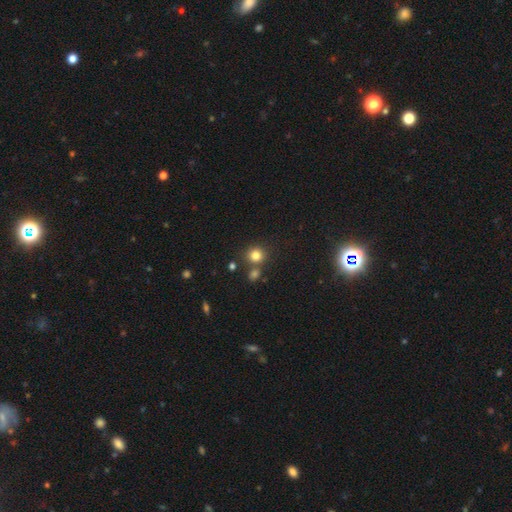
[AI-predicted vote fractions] Smooth or featured? Predicted: smooth (p=0.80). How rounded? Predicted: round (p=0.87). Merging? Predicted: none (p=0.71).